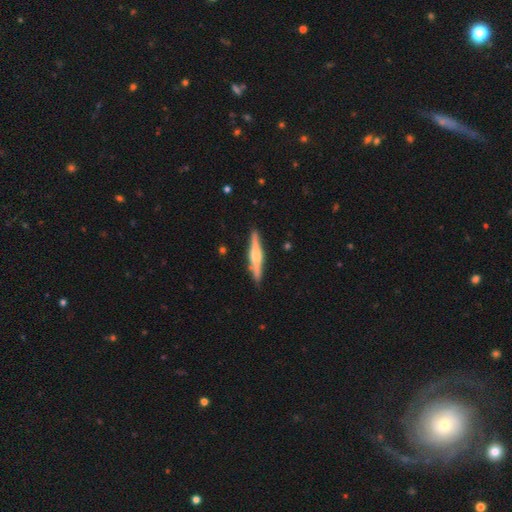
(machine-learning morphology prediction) Smooth or featured? featured or disk (64%)
Edge-on disk? yes (97%)
Edge-on bulge? rounded (79%)
Merging? none (89%)